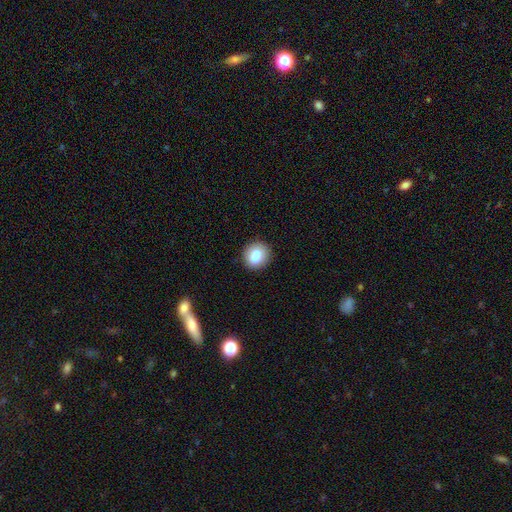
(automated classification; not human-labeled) Smooth or featured?
  - smooth: 82% *
  - featured or disk: 9%
  - star or artifact: 9%
How rounded?
  - round: 70% *
  - in between: 29%
  - cigar-shaped: 1%
Merging?
  - none: 87% *
  - minor disturbance: 9%
  - major disturbance: 2%
  - merger: 1%